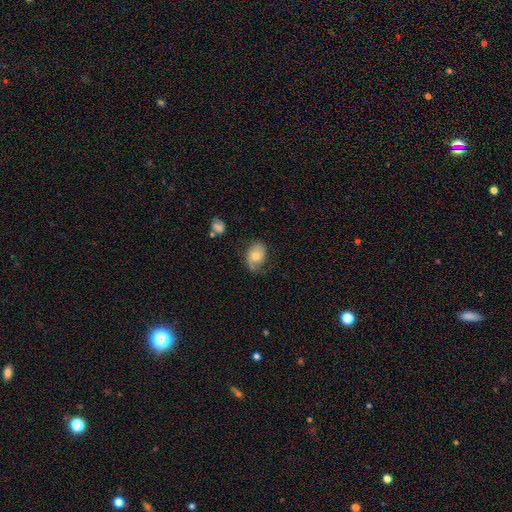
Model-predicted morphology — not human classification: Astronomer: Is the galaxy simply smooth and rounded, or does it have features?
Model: smooth — 51% (runner-up: featured or disk, 41%).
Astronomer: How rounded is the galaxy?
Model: in between — 72%.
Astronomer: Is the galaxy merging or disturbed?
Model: none — 50% (runner-up: minor disturbance, 30%).